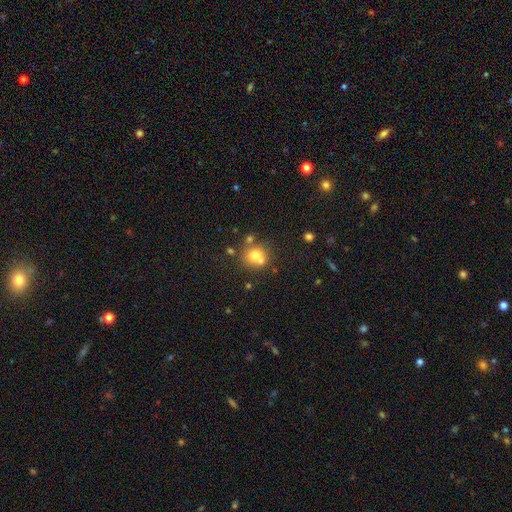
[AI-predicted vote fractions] The model was most divided on "merging": none: 49%, merger: 34%, minor disturbance: 12%, major disturbance: 5%. More confident: how rounded — round (79%); smooth or featured — smooth (71%).